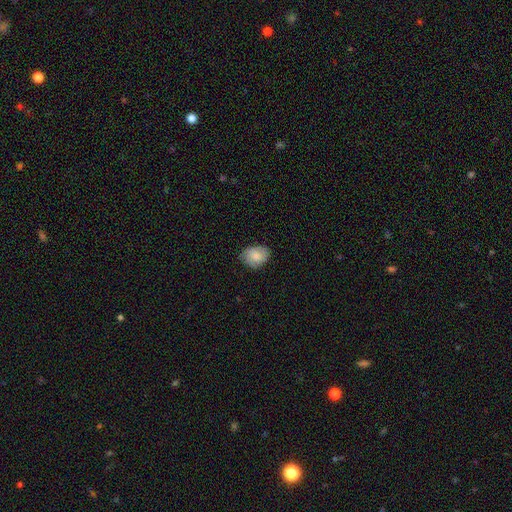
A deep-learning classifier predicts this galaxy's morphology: smooth 74%, featured or disk 19%, star or artifact 7%. Down the decision tree: how rounded — in between (68%); merging — none (71%).